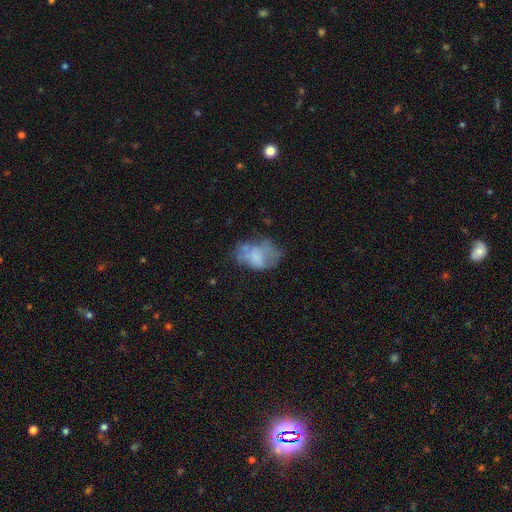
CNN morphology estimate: Q: Smooth or featured?
A: smooth (53%); runner-up: featured or disk (36%)
Q: How rounded?
A: in between (80%); runner-up: round (19%)
Q: Merging?
A: none (37%); runner-up: minor disturbance (29%)